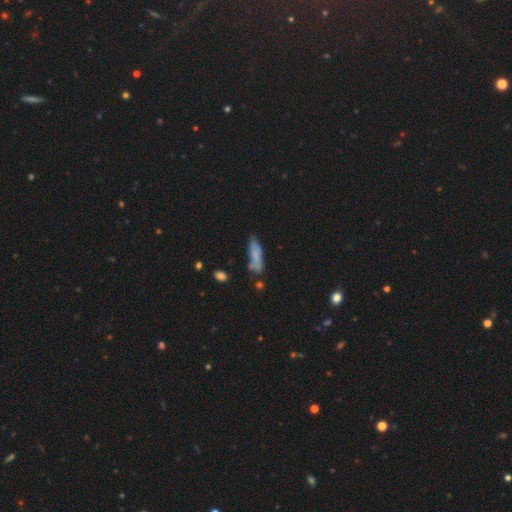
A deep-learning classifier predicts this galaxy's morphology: smooth-or-featured: smooth: 74% | featured or disk: 18% | star or artifact: 8%
  how-rounded: cigar-shaped: 52% | in between: 46% | round: 2%
  merging: none: 53% | minor disturbance: 28% | merger: 9% | major disturbance: 9%